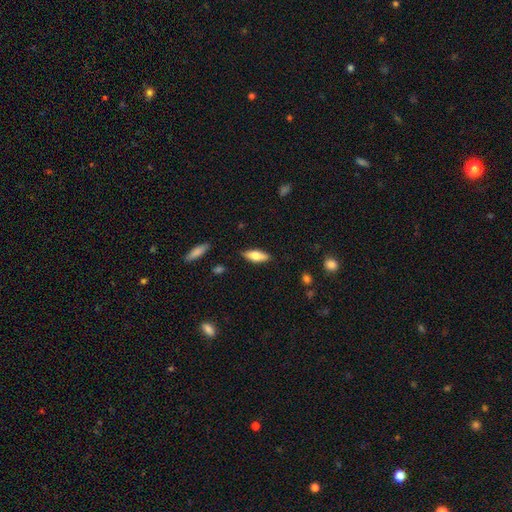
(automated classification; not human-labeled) Smooth or featured?
  - smooth: 68% *
  - featured or disk: 26%
  - star or artifact: 6%
How rounded?
  - in between: 69% *
  - cigar-shaped: 29%
  - round: 2%
Merging?
  - none: 86% *
  - minor disturbance: 11%
  - major disturbance: 2%
  - merger: 1%